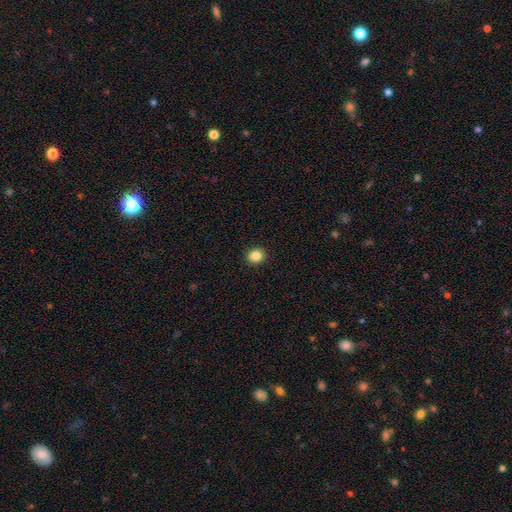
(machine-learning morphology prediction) smooth-or-featured: smooth: 86% | star or artifact: 10% | featured or disk: 4%
  how-rounded: round: 76% | in between: 23% | cigar-shaped: 1%
  merging: none: 92% | minor disturbance: 5% | major disturbance: 2% | merger: 1%